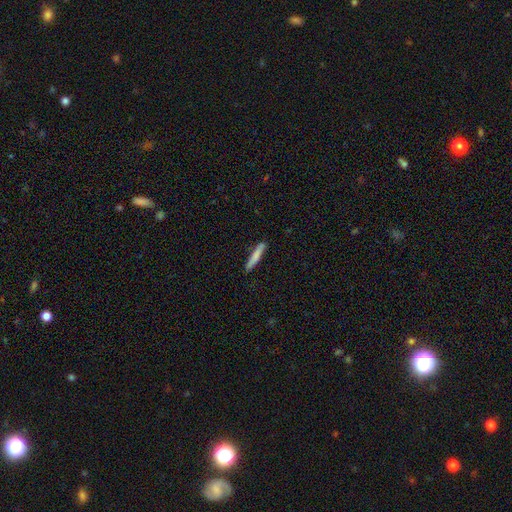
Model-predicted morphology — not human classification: Overall: smooth (75%). How rounded: cigar-shaped (93%). Merging: none (85%).